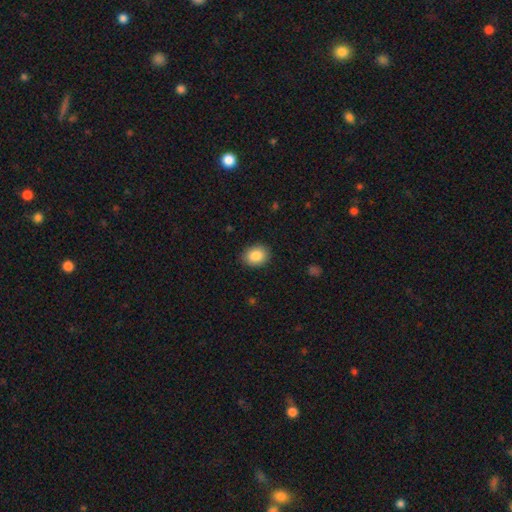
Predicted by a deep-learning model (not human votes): This is clearly a smooth galaxy (87%). How rounded: possibly in between (56%). Merging: clearly none (88%).